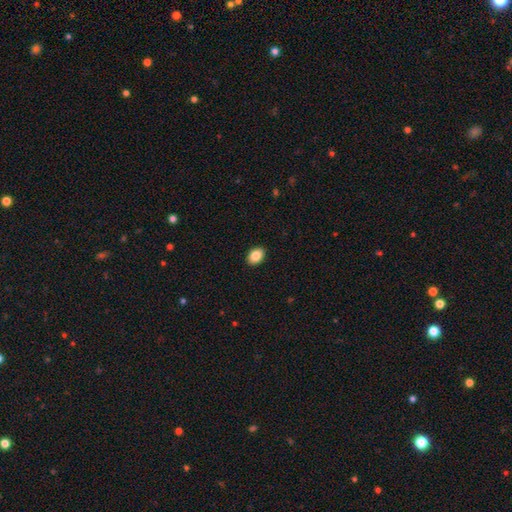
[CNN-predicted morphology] This appears to be a smooth galaxy with no disk features (86%) that is in between round and cigar-shaped (76%). Merging: none (91%).